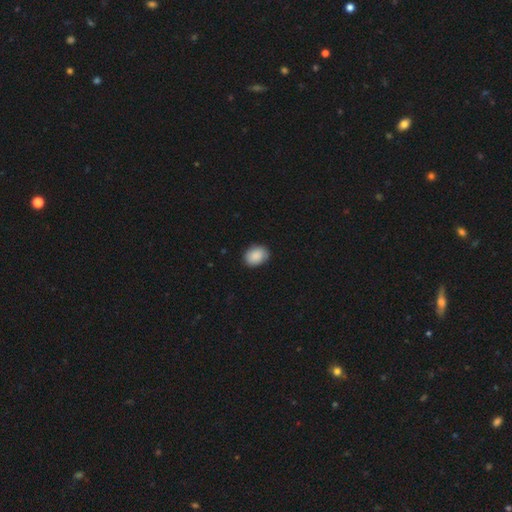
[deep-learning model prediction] smooth-or-featured: smooth: 89% | star or artifact: 7% | featured or disk: 4%
  how-rounded: in between: 65% | round: 34% | cigar-shaped: 1%
  merging: none: 84% | minor disturbance: 13% | major disturbance: 2% | merger: 1%